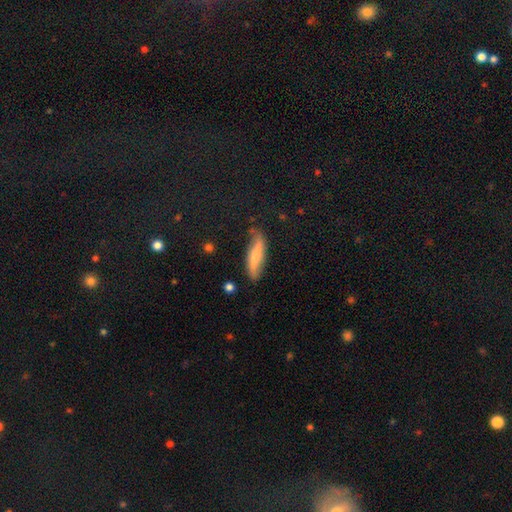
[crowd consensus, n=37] smooth_or_featured: smooth (p=0.68) [alt: featured or disk p=0.27]
how_rounded: cigar-shaped (p=0.88) [alt: in between p=0.12]
merging: none (p=1.00)